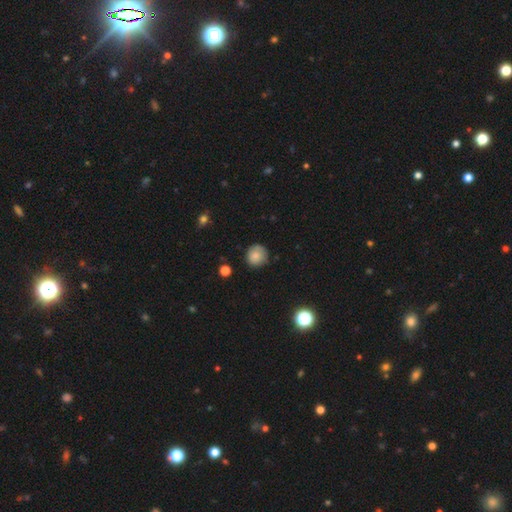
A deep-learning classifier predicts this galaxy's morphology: type=smooth (82%); roundness=round (90%); merging=none (79%).